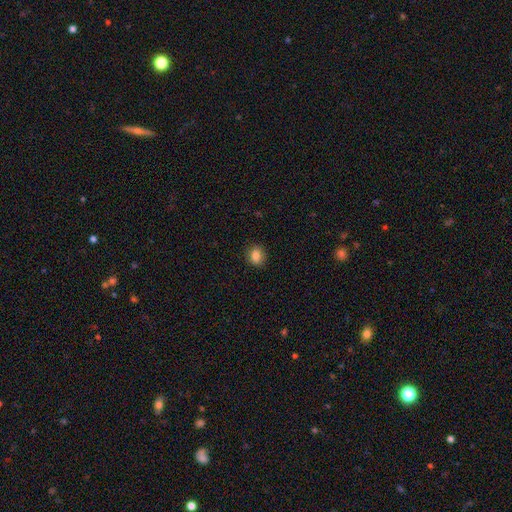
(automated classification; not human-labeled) A smooth galaxy with no disk features (84%) that is round (62%).

Vote fractions:
- Smooth or featured? smooth: 84% / star or artifact: 10% / featured or disk: 6%
- How rounded? round: 62% / in between: 37% / cigar-shaped: 1%
- Merging? none: 89% / minor disturbance: 8% / major disturbance: 2% / merger: 1%